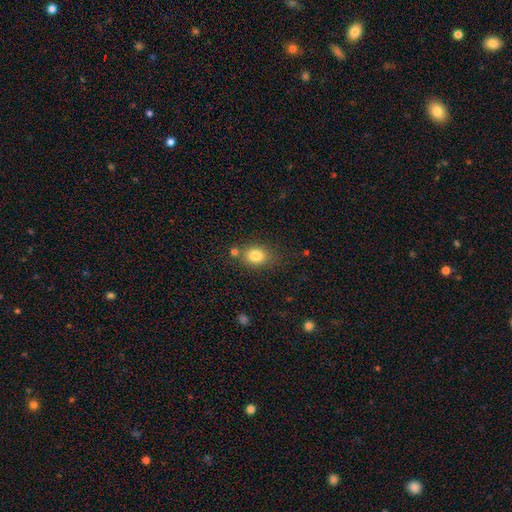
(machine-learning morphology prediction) A smooth galaxy with no disk features (82%) that is in between round and cigar-shaped (55%).

Vote fractions:
- Smooth or featured? smooth: 82% / star or artifact: 10% / featured or disk: 8%
- How rounded? in between: 55% / round: 44% / cigar-shaped: 1%
- Merging? none: 70% / minor disturbance: 15% / merger: 11% / major disturbance: 5%